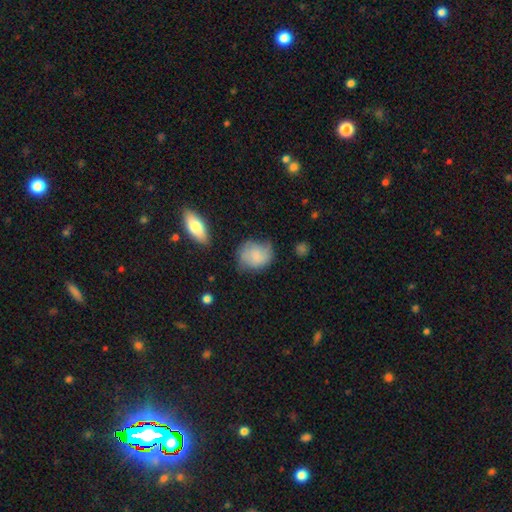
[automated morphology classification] smooth 71%, featured or disk 21%, star or artifact 8%. Down the decision tree: how rounded — round (60%); merging — none (56%).